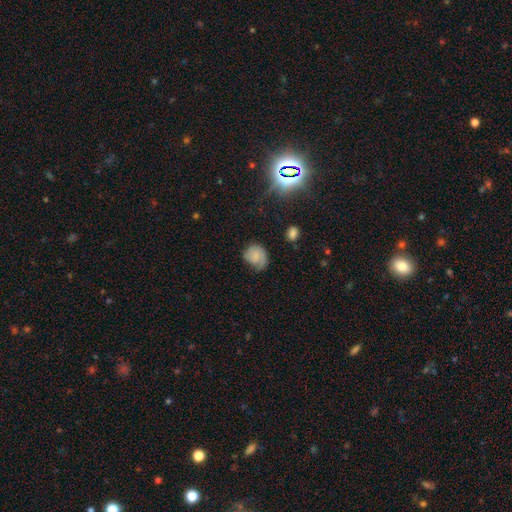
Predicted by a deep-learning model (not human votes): smooth_or_featured: smooth (p=0.58) [alt: featured or disk p=0.31]
how_rounded: round (p=0.62) [alt: in between p=0.37]
merging: none (p=0.45) [alt: minor disturbance p=0.33]